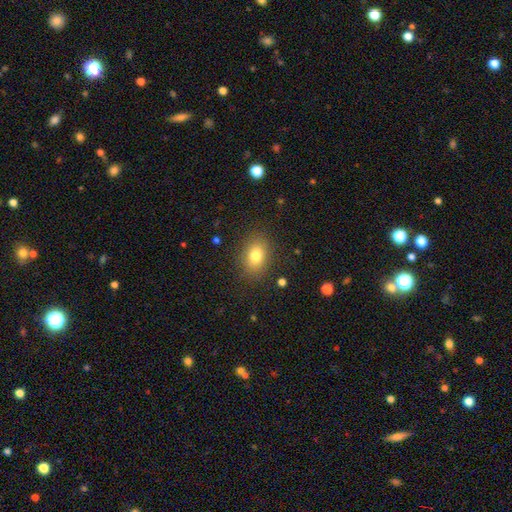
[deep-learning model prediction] A smooth galaxy with no disk features (79%) that is in between round and cigar-shaped (73%).

Vote fractions:
- Smooth or featured? smooth: 79% / star or artifact: 11% / featured or disk: 10%
- How rounded? in between: 73% / round: 26% / cigar-shaped: 1%
- Merging? none: 85% / minor disturbance: 10% / major disturbance: 4% / merger: 1%